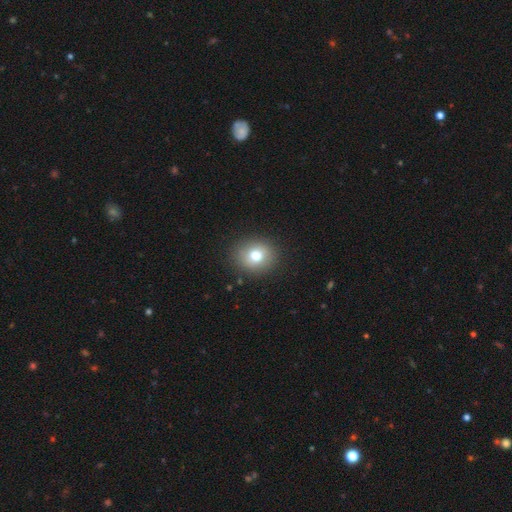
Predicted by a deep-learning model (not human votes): Smooth or featured?
  - smooth: 77% *
  - featured or disk: 12%
  - star or artifact: 11%
How rounded?
  - round: 71% *
  - in between: 28%
  - cigar-shaped: 1%
Merging?
  - none: 88% *
  - minor disturbance: 8%
  - major disturbance: 3%
  - merger: 1%